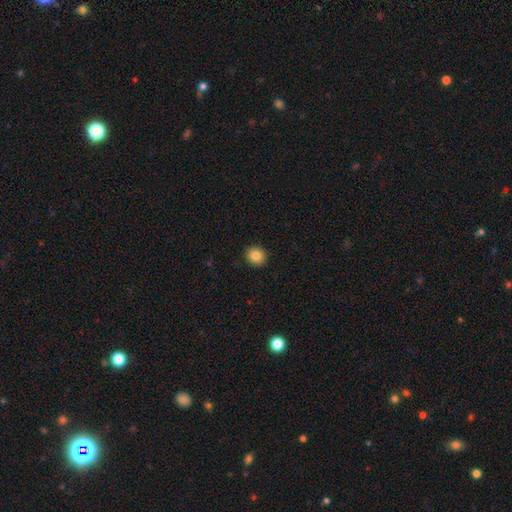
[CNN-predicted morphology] A smooth galaxy with no disk features (84%) that is round (87%).

Vote fractions:
- Smooth or featured? smooth: 84% / star or artifact: 10% / featured or disk: 6%
- How rounded? round: 87% / in between: 12% / cigar-shaped: 1%
- Merging? none: 92% / minor disturbance: 5% / major disturbance: 2% / merger: 1%